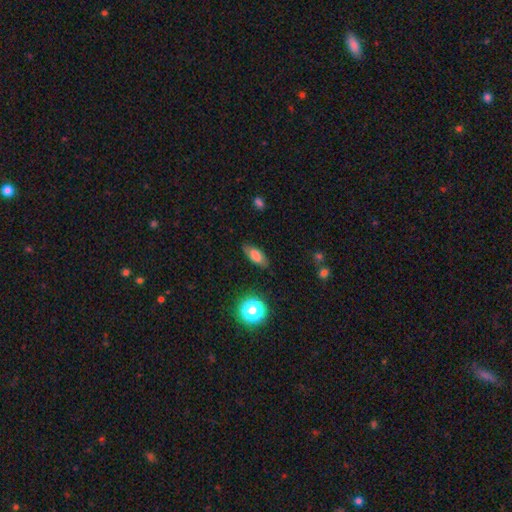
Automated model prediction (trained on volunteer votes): Morphology: type=smooth (74%); roundness=in between (79%); merging=none (81%).